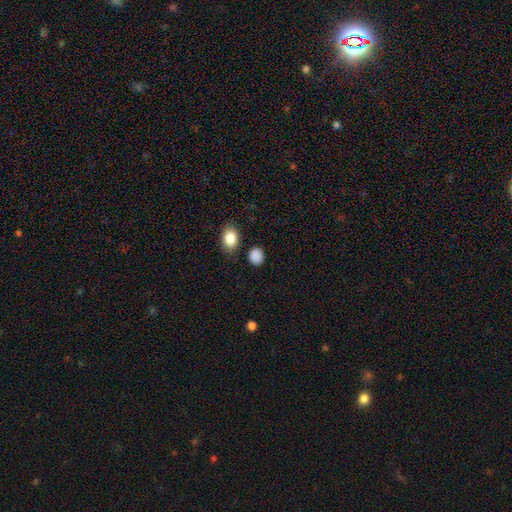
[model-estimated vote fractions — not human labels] Q: Smooth or featured?
A: smooth (87%); runner-up: star or artifact (10%)
Q: How rounded?
A: round (68%); runner-up: in between (31%)
Q: Merging?
A: none (82%); runner-up: minor disturbance (11%)